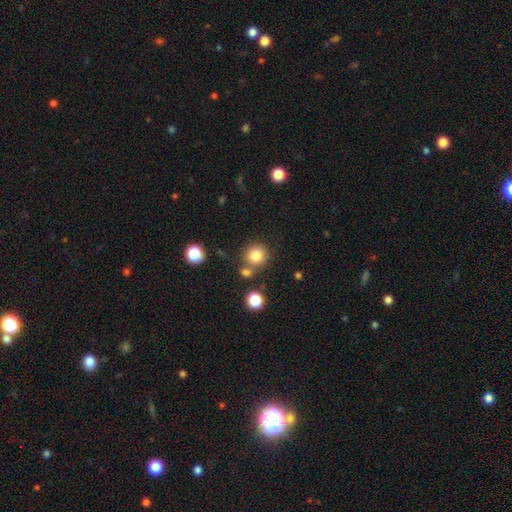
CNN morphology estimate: The model was most divided on "merging": none: 71%, merger: 17%, minor disturbance: 9%, major disturbance: 3%. More confident: how rounded — round (91%); smooth or featured — smooth (82%).